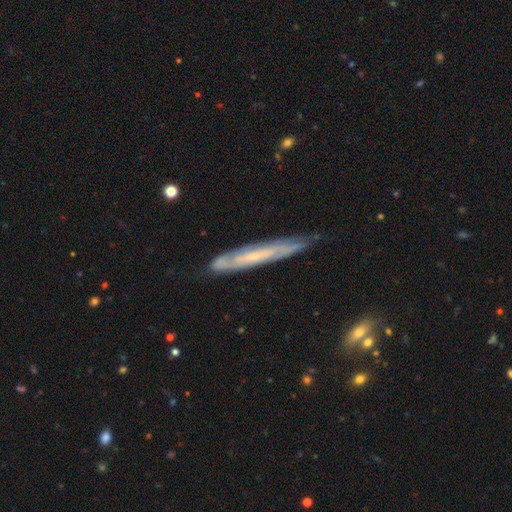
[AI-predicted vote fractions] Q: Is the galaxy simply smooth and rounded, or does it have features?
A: featured or disk — 60%.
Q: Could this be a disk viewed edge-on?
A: yes — 75%.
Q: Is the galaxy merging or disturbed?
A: none — 72%.